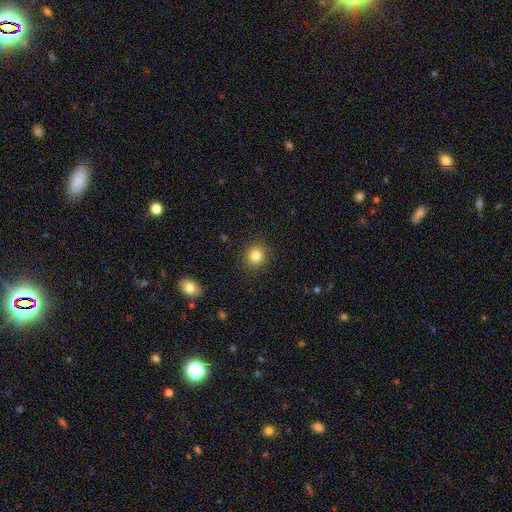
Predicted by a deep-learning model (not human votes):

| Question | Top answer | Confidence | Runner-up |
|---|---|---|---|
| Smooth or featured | smooth | 83% | star or artifact (11%) |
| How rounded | round | 85% | in between (14%) |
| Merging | none | 89% | minor disturbance (7%) |